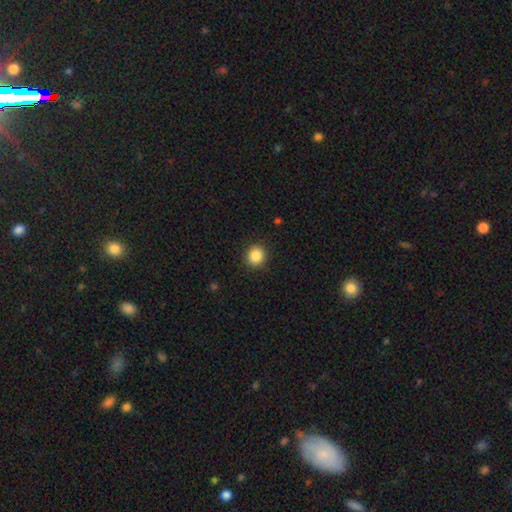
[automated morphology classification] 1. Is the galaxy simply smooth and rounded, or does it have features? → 87% smooth, 10% star or artifact, 4% featured or disk.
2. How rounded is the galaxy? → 90% round, 9% in between, 1% cigar-shaped.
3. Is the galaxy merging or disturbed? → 91% none, 6% minor disturbance, 2% major disturbance, 1% merger.